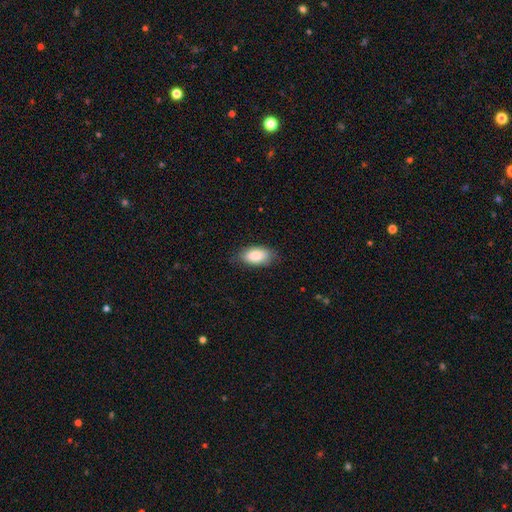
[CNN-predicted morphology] The model was most divided on "merging": none: 77%, minor disturbance: 18%, major disturbance: 4%, merger: 1%. More confident: how rounded — in between (93%); smooth or featured — smooth (86%).